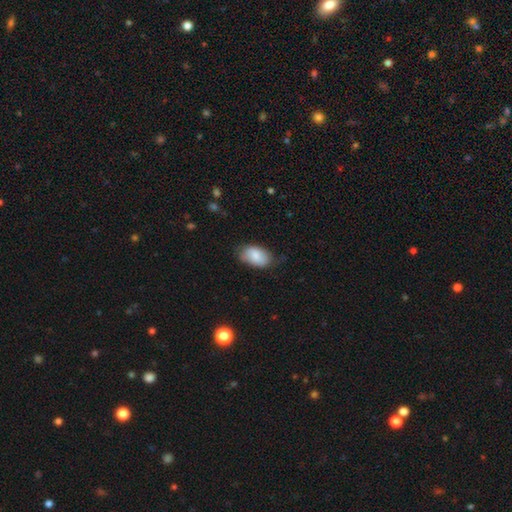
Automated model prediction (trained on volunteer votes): A smooth galaxy with no disk features (83%) that is in between round and cigar-shaped (93%).

Vote fractions:
- Smooth or featured? smooth: 83% / featured or disk: 11% / star or artifact: 6%
- How rounded? in between: 93% / round: 6% / cigar-shaped: 1%
- Merging? none: 68% / minor disturbance: 25% / major disturbance: 5% / merger: 1%